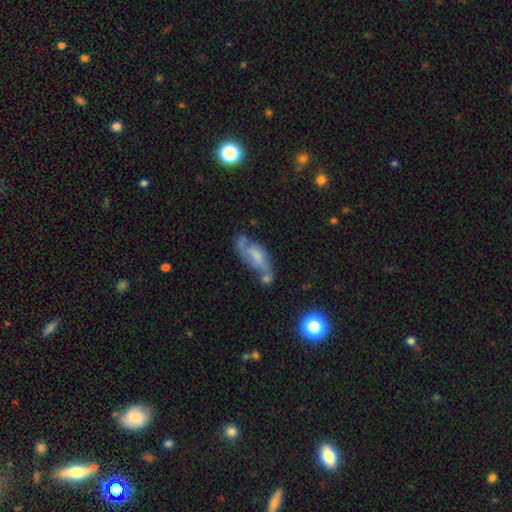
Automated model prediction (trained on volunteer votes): This is possibly a featured or disk galaxy (59%). It is clearly not viewed edge-on (87%). Bar: marginally no (43%). Spiral arm pattern: likely yes (76%). Central bulge: marginally small (36%). Merging: marginally none (43%).